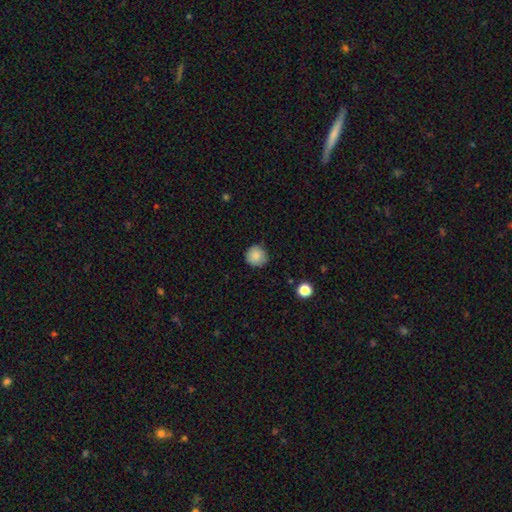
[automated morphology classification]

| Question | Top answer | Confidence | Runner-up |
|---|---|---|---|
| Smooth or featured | smooth | 86% | star or artifact (9%) |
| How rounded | round | 93% | in between (6%) |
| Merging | none | 85% | minor disturbance (12%) |